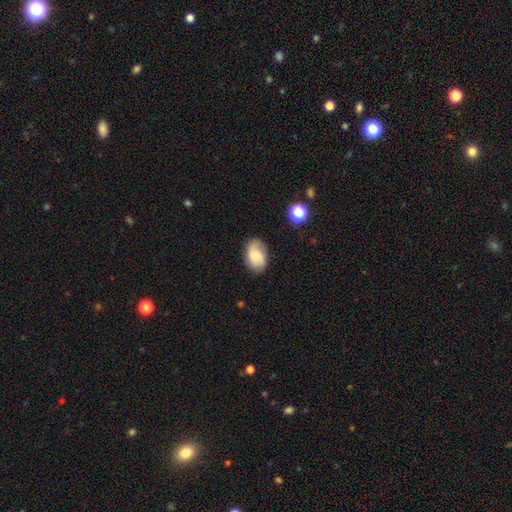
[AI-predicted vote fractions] This appears to be a smooth galaxy with no disk features (58%) that is in between round and cigar-shaped (87%). Merging: none (76%).